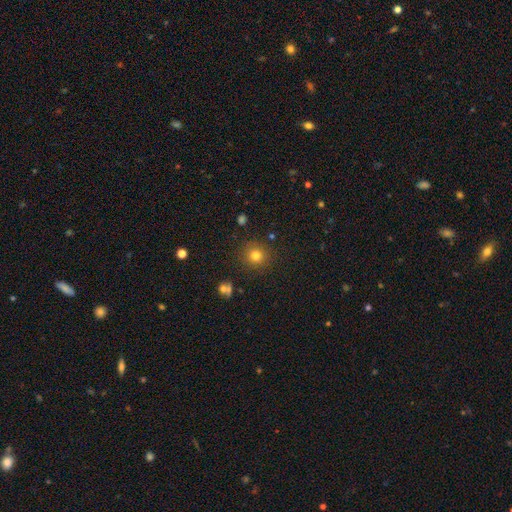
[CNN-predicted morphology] Smooth or featured? smooth (78%)
How rounded? round (93%)
Merging? none (89%)